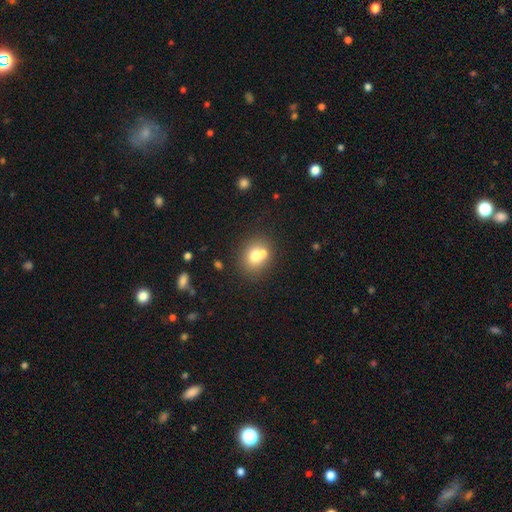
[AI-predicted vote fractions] A smooth galaxy with no disk features (69%) that is round (71%). Merging: none (49%).